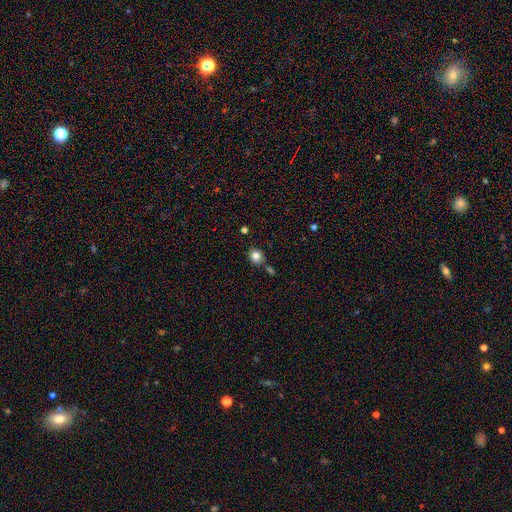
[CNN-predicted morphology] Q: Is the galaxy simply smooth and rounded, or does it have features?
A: smooth — 81%.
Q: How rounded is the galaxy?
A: round — 82%.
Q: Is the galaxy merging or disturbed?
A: none — 75%.